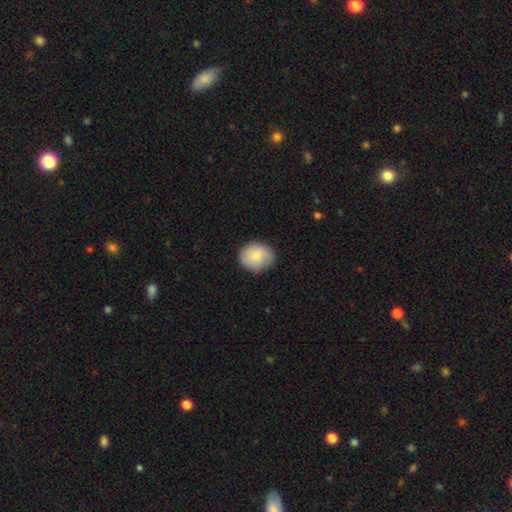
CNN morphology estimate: smooth-or-featured: smooth: 81% | featured or disk: 12% | star or artifact: 6%
  how-rounded: round: 76% | in between: 23% | cigar-shaped: 1%
  merging: none: 84% | minor disturbance: 13% | major disturbance: 3% | merger: 1%